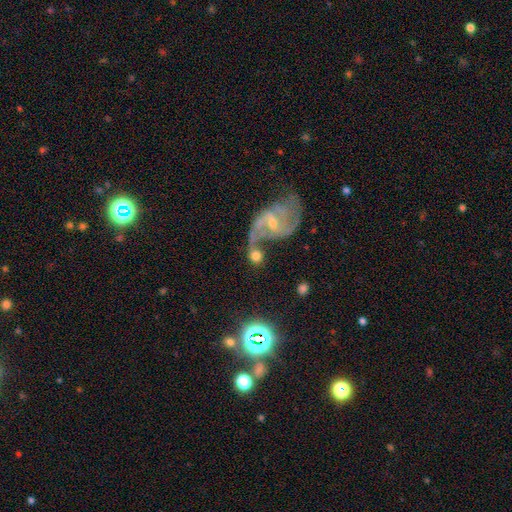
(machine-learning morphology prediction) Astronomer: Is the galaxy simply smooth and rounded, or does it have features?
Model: smooth — 49% (runner-up: featured or disk, 40%).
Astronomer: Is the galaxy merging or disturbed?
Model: none — 41% (runner-up: merger, 33%).